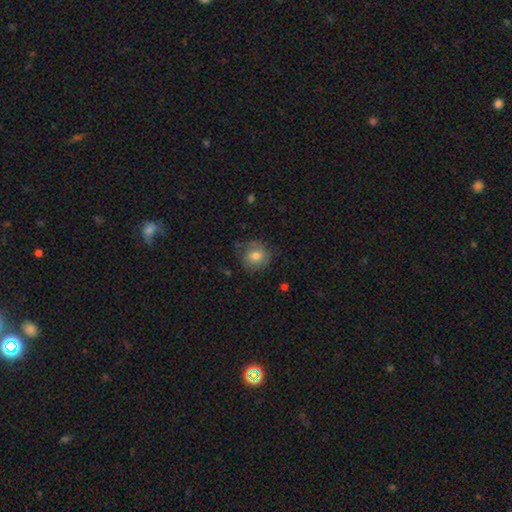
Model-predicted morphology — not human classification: Smooth or featured?
  - smooth: 64% *
  - featured or disk: 28%
  - star or artifact: 9%
How rounded?
  - round: 83% *
  - in between: 16%
  - cigar-shaped: 1%
Merging?
  - none: 64% *
  - minor disturbance: 24%
  - major disturbance: 11%
  - merger: 1%